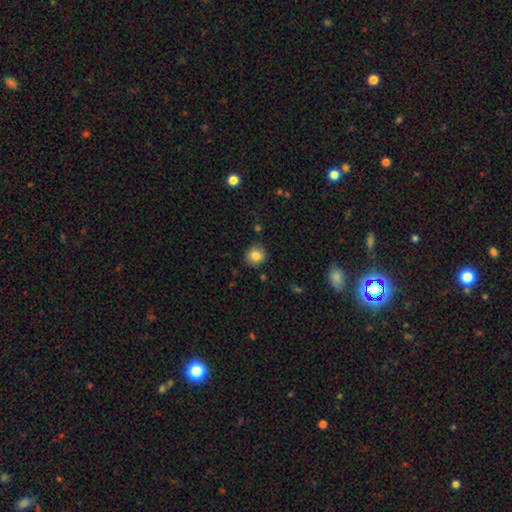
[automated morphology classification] Q: Smooth or featured?
A: smooth (84%); runner-up: star or artifact (9%)
Q: How rounded?
A: round (88%); runner-up: in between (11%)
Q: Merging?
A: none (85%); runner-up: minor disturbance (10%)